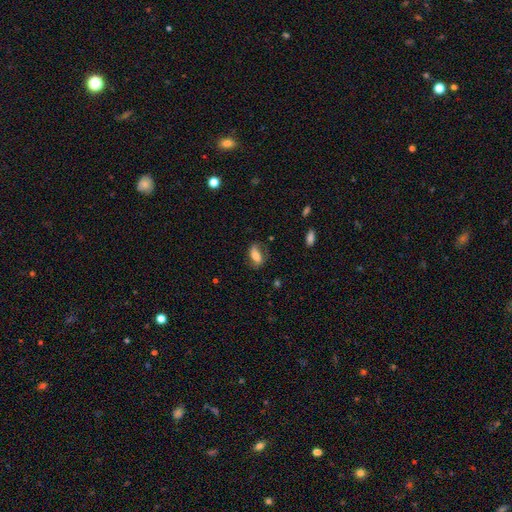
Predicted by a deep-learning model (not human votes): Overall: smooth (60%; featured or disk 32%). How rounded: in between (82%). Merging: none (64%).